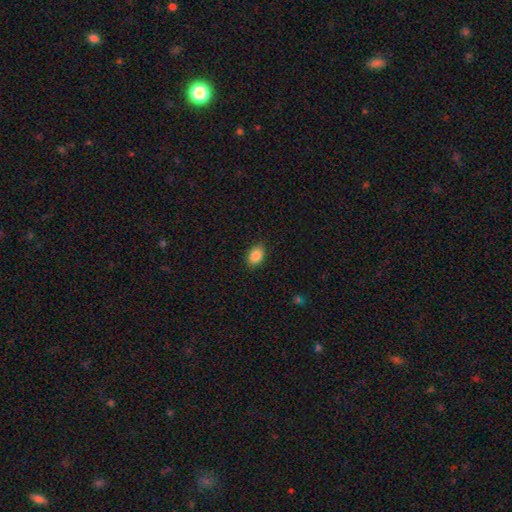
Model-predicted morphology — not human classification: smooth 87%, star or artifact 8%, featured or disk 4%. Down the decision tree: how rounded — in between (81%); merging — none (85%).